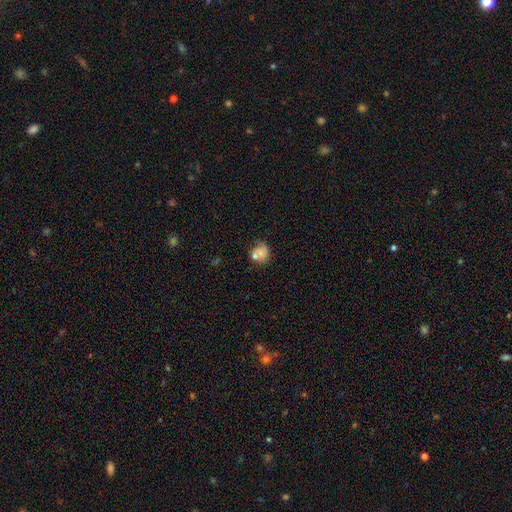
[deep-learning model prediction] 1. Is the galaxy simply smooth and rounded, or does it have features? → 68% smooth, 19% featured or disk, 12% star or artifact.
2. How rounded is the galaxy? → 76% round, 23% in between, 1% cigar-shaped.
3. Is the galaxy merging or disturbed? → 53% none, 20% minor disturbance, 19% merger, 8% major disturbance.